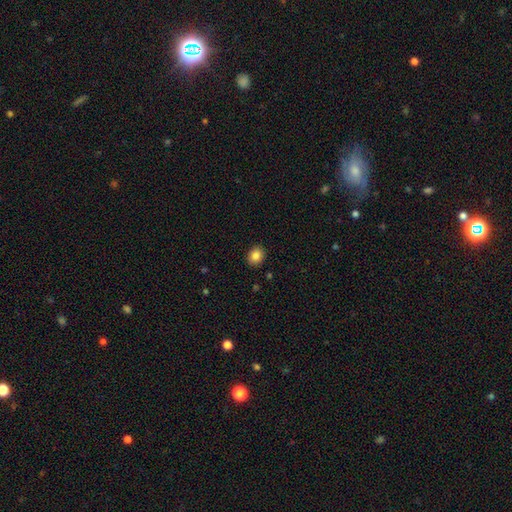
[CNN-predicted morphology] Smooth or featured: smooth — 85% (star or artifact — 10%)
How rounded: round — 63% (in between — 36%)
Merging: none — 90% (minor disturbance — 7%)